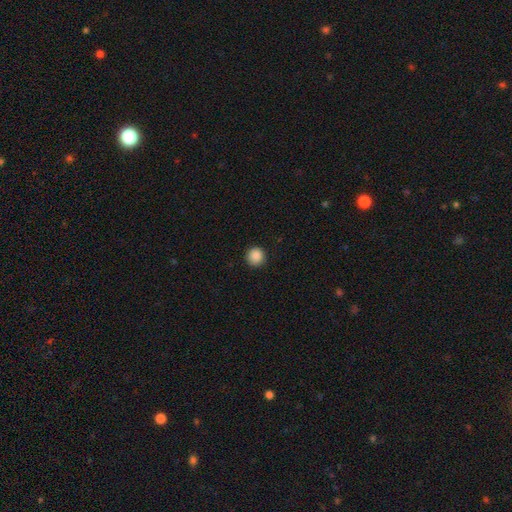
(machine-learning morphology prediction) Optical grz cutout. It shows a smooth galaxy with no disk features (88%) that is round (95%). Merging: none (91%).